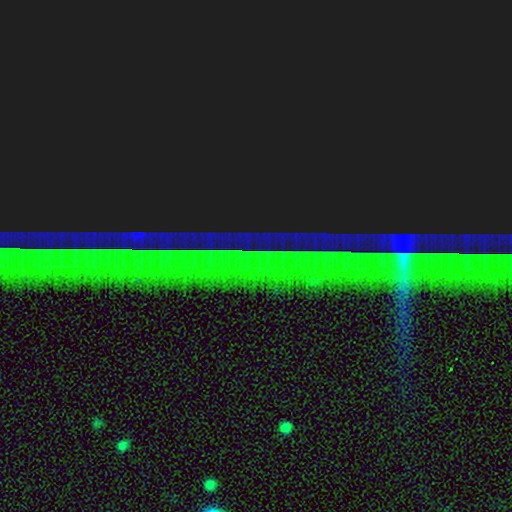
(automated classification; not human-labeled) The model was most divided on "smooth or featured": star or artifact: 85%, featured or disk: 8%, smooth: 7%.